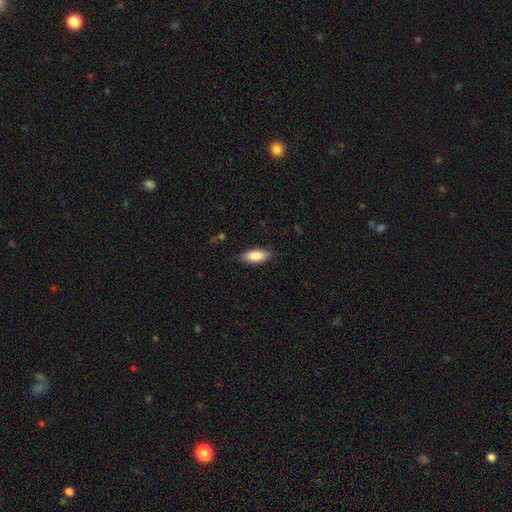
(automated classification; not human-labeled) Smooth or featured? Predicted: smooth (p=0.87). How rounded? Predicted: in between (p=0.82). Merging? Predicted: none (p=0.84).